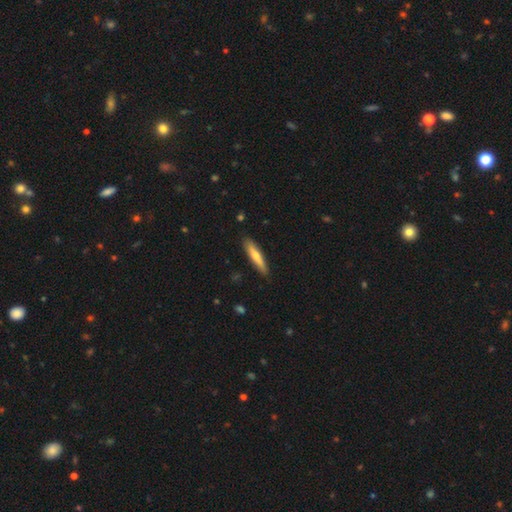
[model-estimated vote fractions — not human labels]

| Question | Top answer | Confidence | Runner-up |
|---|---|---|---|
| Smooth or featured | smooth | 55% | featured or disk (40%) |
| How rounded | cigar-shaped | 86% | in between (12%) |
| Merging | none | 88% | minor disturbance (9%) |